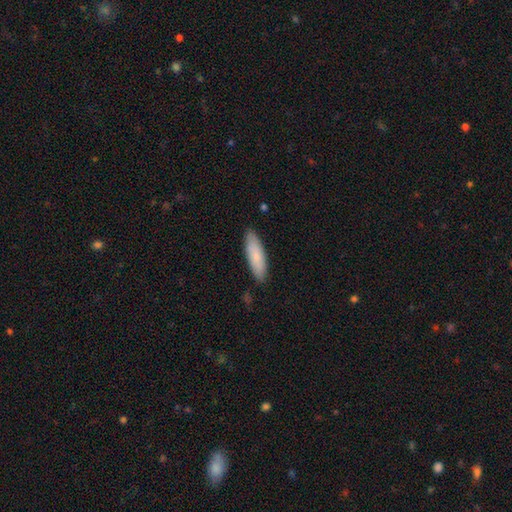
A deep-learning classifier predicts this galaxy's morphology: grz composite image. It shows a smooth galaxy with no disk features (77%) that is cigar-shaped (55%). Merging: none (86%).